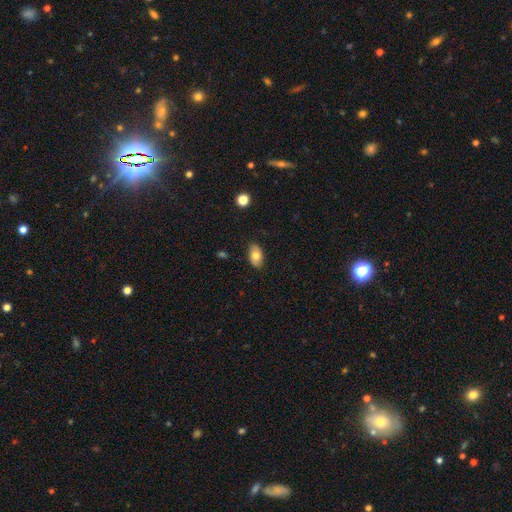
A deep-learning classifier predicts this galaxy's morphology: This is likely a smooth galaxy (75%). How rounded: clearly in between (92%). Merging: clearly none (86%).